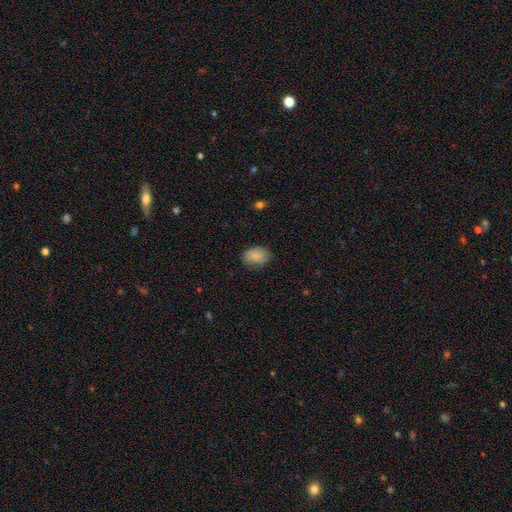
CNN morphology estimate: This appears to be a smooth galaxy with no disk features (88%) that is in between round and cigar-shaped (74%). Merging: none (82%).